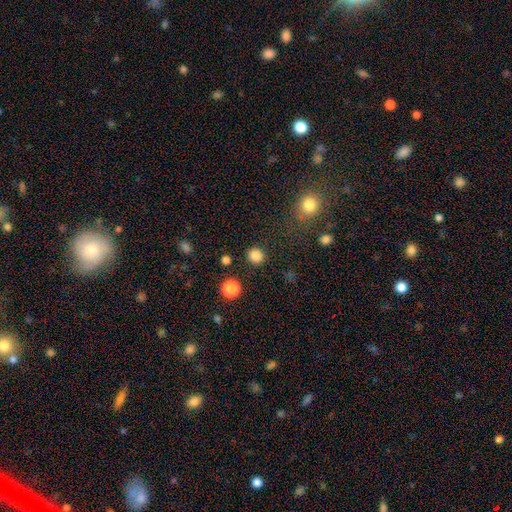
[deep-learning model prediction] Morphology: type=smooth (84%); roundness=round (85%); merging=none (87%).